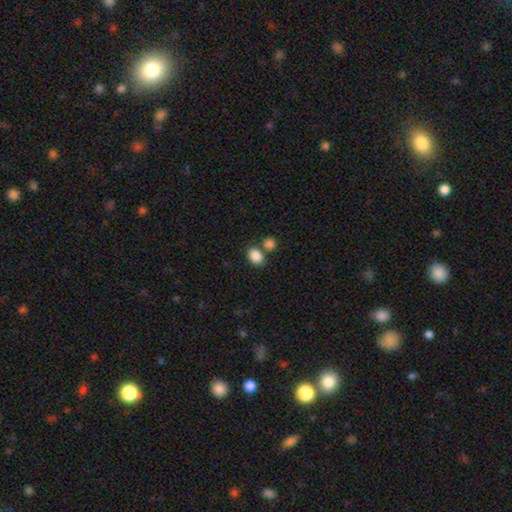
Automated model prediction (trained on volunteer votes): Smooth or featured: smooth — 87% (star or artifact — 9%)
How rounded: in between — 70% (round — 29%)
Merging: none — 59% (merger — 28%)